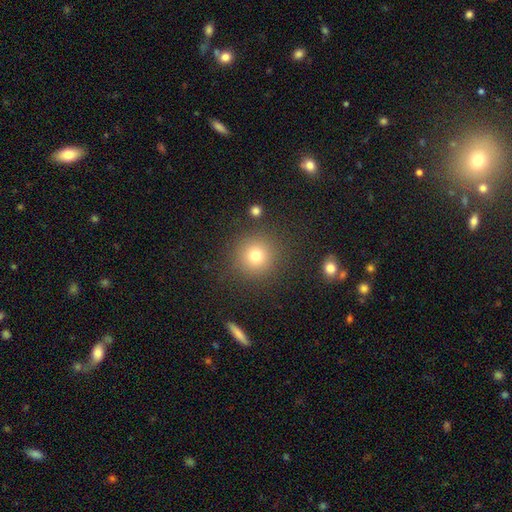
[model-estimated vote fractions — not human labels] This appears to be a smooth galaxy with no disk features (75%) that is round (94%). Merging: none (87%).